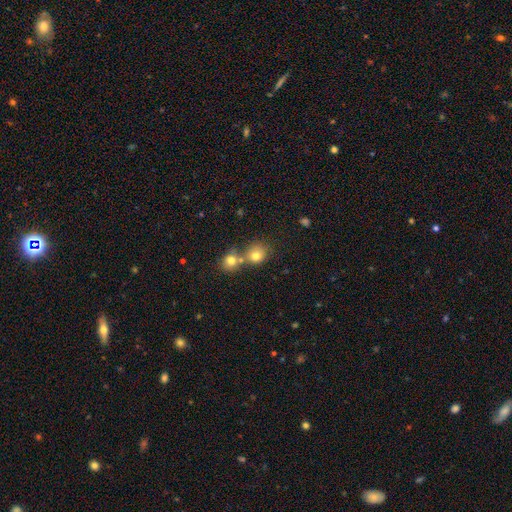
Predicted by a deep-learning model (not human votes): Smooth or featured: smooth — 77% (star or artifact — 13%)
How rounded: round — 79% (in between — 20%)
Merging: merger — 47% (none — 42%)